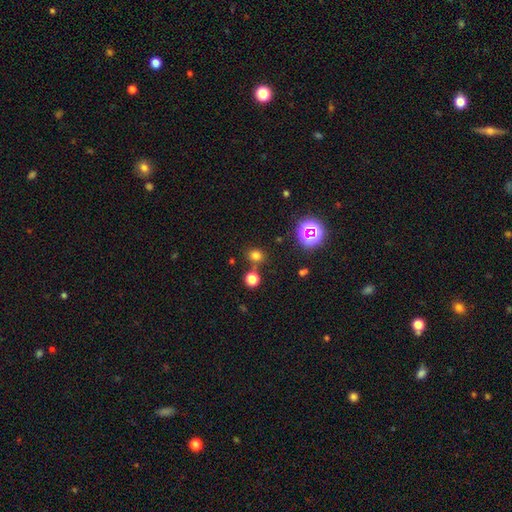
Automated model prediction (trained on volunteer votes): Smooth or featured?
  - smooth: 70% *
  - star or artifact: 24%
  - featured or disk: 6%
How rounded?
  - round: 71% *
  - in between: 28%
  - cigar-shaped: 1%
Merging?
  - none: 73% *
  - merger: 14%
  - minor disturbance: 10%
  - major disturbance: 4%